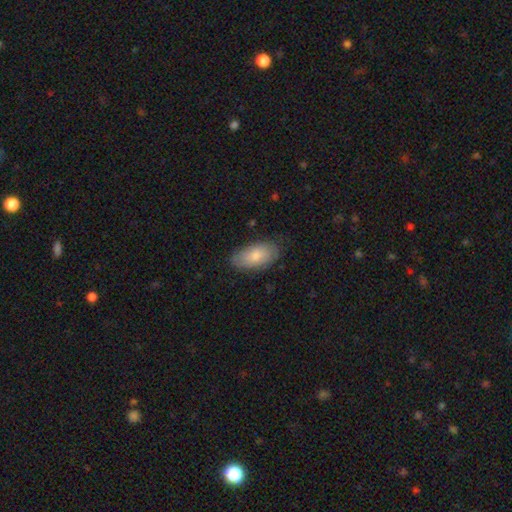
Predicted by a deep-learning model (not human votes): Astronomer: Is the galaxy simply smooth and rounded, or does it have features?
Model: smooth — 79%.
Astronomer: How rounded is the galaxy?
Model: in between — 94%.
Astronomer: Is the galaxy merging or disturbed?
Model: none — 80%.